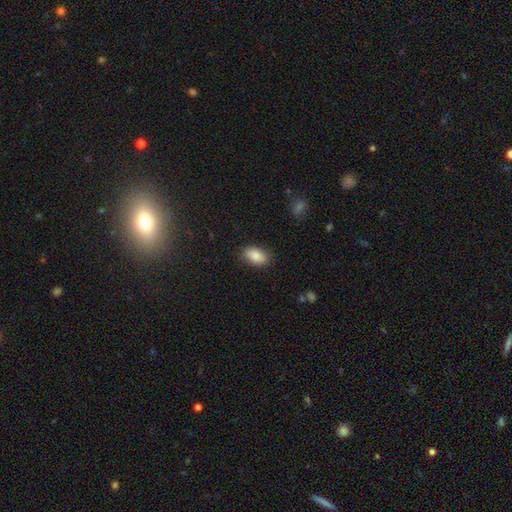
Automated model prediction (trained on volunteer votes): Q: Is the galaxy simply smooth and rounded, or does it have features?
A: smooth — 85%.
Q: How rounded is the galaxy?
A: in between — 91%.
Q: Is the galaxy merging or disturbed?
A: none — 82%.